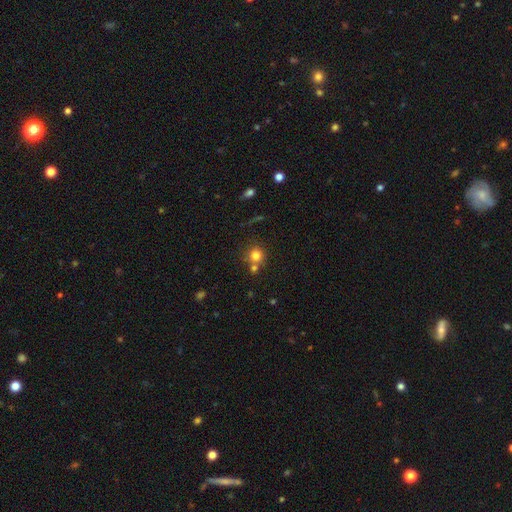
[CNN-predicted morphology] type=smooth (79%); roundness=round (90%); merging=none (64%).